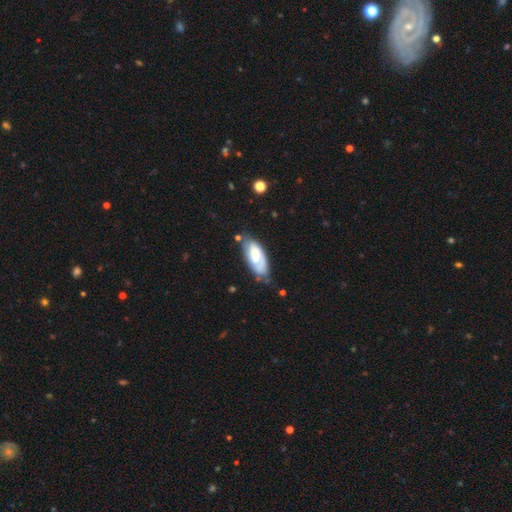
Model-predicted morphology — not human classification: Smooth or featured? smooth (47%, tied with featured or disk)
Merging? none (53%)